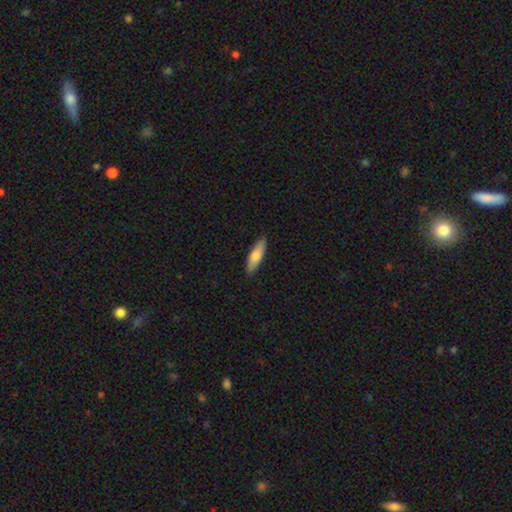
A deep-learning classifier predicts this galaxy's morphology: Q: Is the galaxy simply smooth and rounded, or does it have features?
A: smooth — 74%.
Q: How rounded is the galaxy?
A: cigar-shaped — 60%.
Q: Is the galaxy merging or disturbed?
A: none — 89%.